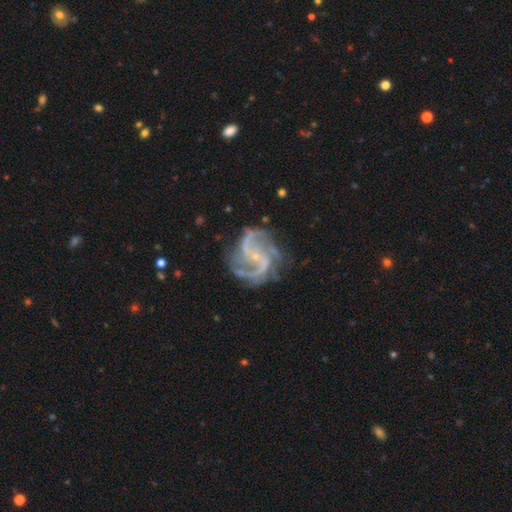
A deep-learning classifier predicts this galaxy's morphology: Smooth or featured? featured or disk (91%)
Edge-on disk? no (98%)
Bar? no (52%)
Spiral arms? yes (98%)
Spiral winding? medium (56%)
Spiral arm count? 2 (56%)
Bulge size? small (81%)
Merging? none (69%)